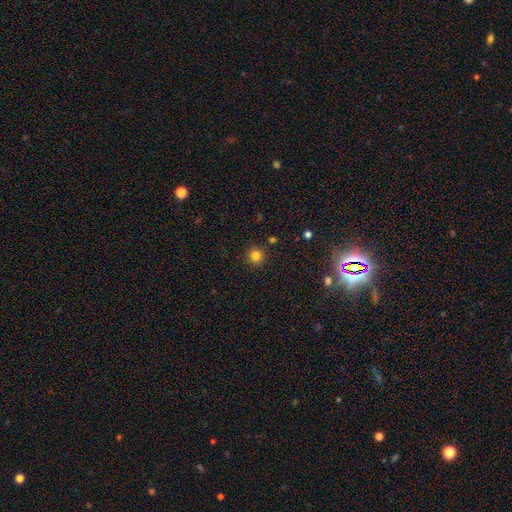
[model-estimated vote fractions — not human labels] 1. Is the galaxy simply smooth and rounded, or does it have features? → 81% smooth, 14% star or artifact, 5% featured or disk.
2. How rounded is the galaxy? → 93% round, 6% in between, 1% cigar-shaped.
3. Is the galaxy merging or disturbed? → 88% none, 7% minor disturbance, 3% merger, 2% major disturbance.